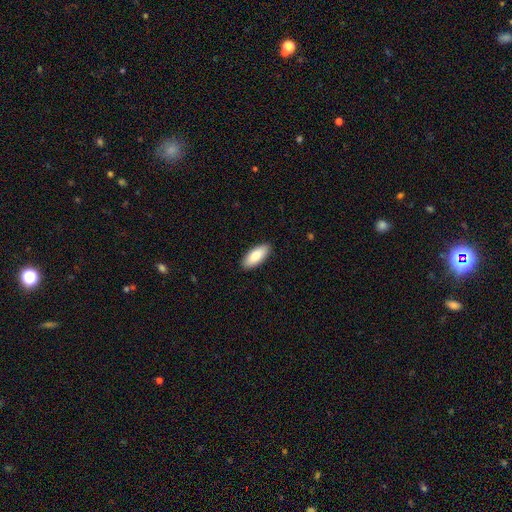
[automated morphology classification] smooth_or_featured: smooth (p=0.83) [alt: featured or disk p=0.11]
how_rounded: in between (p=0.85) [alt: cigar-shaped p=0.13]
merging: none (p=0.90) [alt: minor disturbance p=0.07]